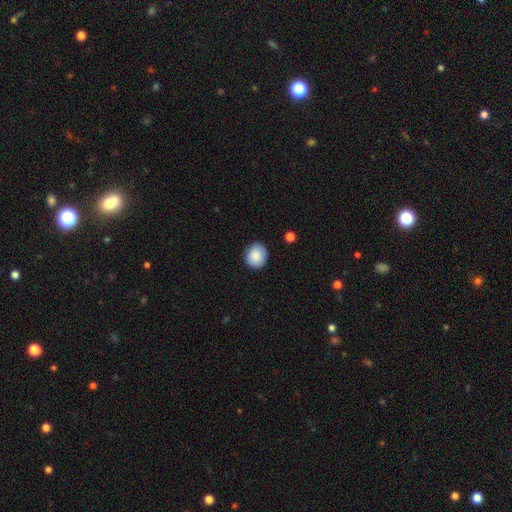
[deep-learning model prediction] Morphology: type=smooth (88%); roundness=round (76%); merging=none (87%).